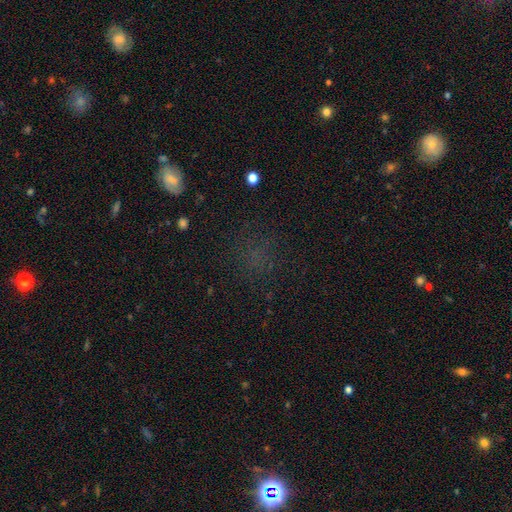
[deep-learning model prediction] smooth-or-featured: smooth: 47% | star or artifact: 41% | featured or disk: 13%
  merging: none: 72% | minor disturbance: 14% | major disturbance: 11% | merger: 3%